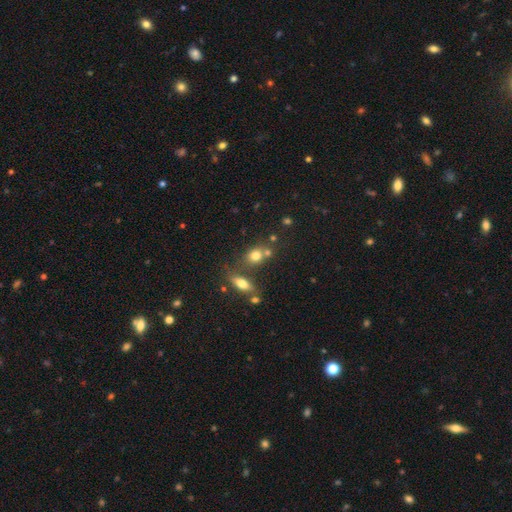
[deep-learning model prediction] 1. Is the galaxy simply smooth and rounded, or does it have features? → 75% smooth, 13% star or artifact, 12% featured or disk.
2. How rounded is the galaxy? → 56% round, 41% in between, 3% cigar-shaped.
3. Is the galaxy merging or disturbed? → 51% none, 31% merger, 12% minor disturbance, 5% major disturbance.